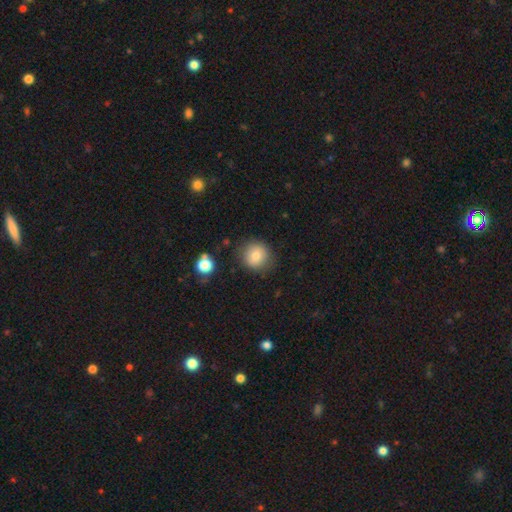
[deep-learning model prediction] This appears to be a smooth galaxy with no disk features (79%) that is round (91%). Merging: none (84%).